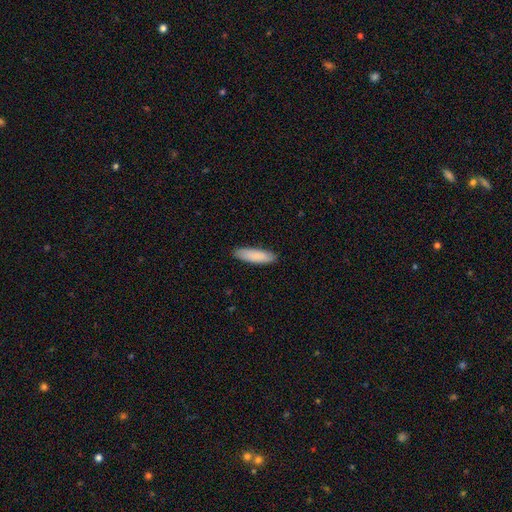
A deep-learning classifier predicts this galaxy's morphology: smooth_or_featured: smooth (p=0.86) [alt: featured or disk p=0.09]
how_rounded: cigar-shaped (p=0.59) [alt: in between p=0.39]
merging: none (p=0.87) [alt: minor disturbance p=0.10]